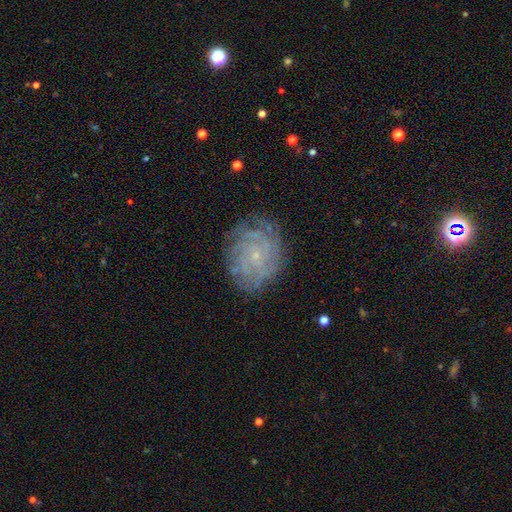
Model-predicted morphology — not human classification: This appears to be a featured or disk galaxy (71%) with no bar (75%), tight (73%) spiral arms (93%) and a small central bulge (85%). Merging: none (81%).